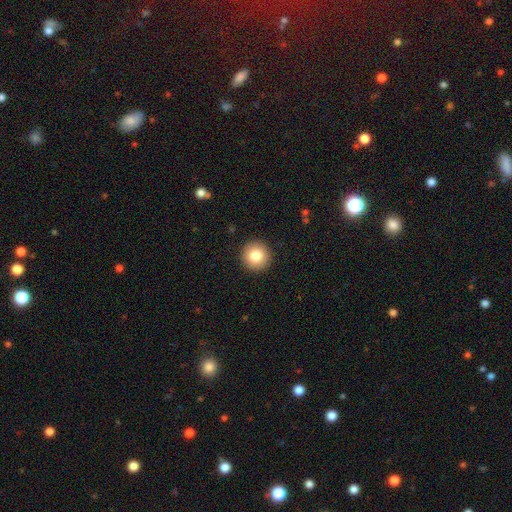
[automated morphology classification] Q: Smooth or featured?
A: smooth (82%); runner-up: star or artifact (9%)
Q: How rounded?
A: round (95%); runner-up: in between (4%)
Q: Merging?
A: none (93%); runner-up: minor disturbance (5%)